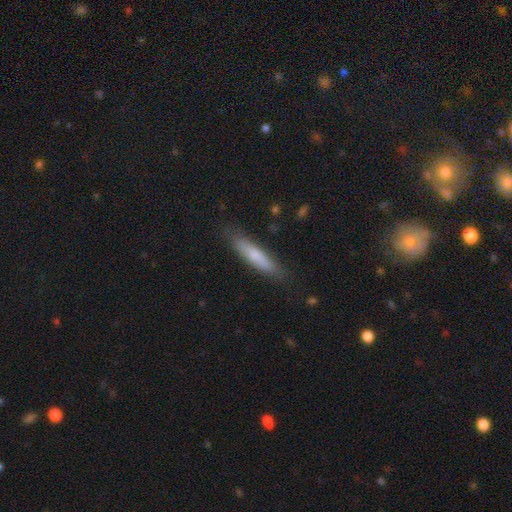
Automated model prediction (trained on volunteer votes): This is likely a smooth galaxy (71%). How rounded: clearly cigar-shaped (85%). Merging: clearly none (84%).